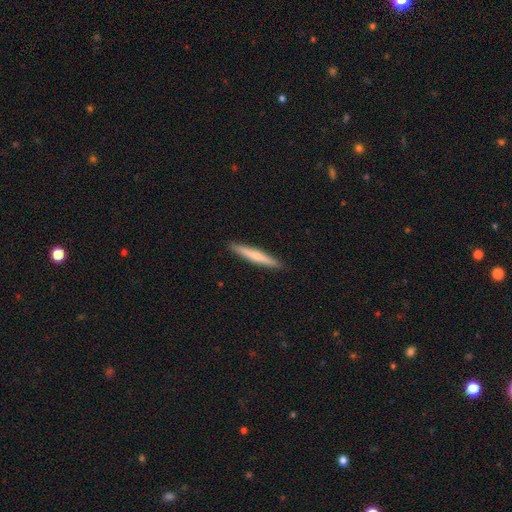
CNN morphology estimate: The model was most divided on "smooth or featured": smooth: 55%, featured or disk: 39%, star or artifact: 5%. More confident: how rounded — cigar-shaped (95%); merging — none (92%).